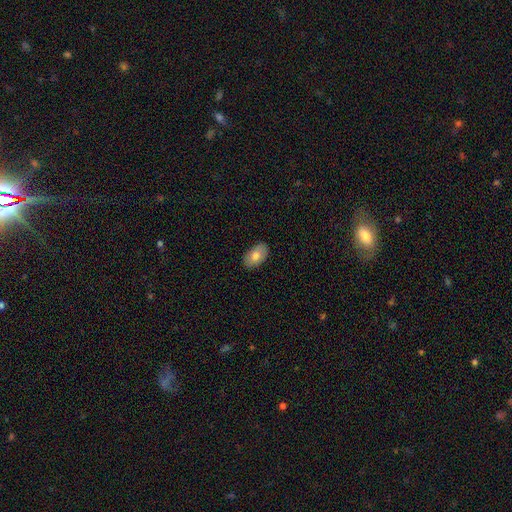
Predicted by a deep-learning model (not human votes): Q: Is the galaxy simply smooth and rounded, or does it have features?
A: smooth — 76%.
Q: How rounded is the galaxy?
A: in between — 93%.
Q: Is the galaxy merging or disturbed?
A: none — 87%.